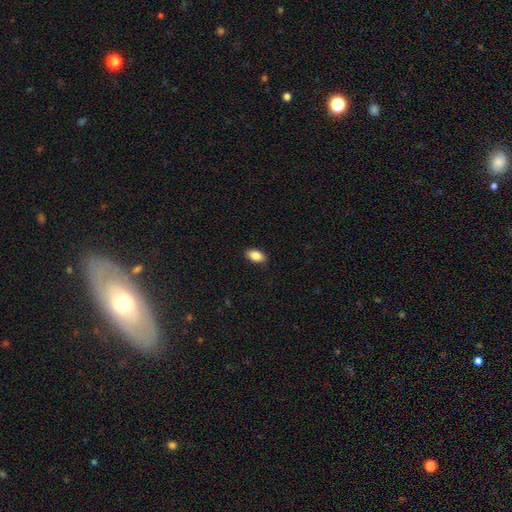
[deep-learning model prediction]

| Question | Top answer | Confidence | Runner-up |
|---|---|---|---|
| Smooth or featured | smooth | 86% | star or artifact (8%) |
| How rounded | in between | 91% | round (7%) |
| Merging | none | 89% | minor disturbance (8%) |